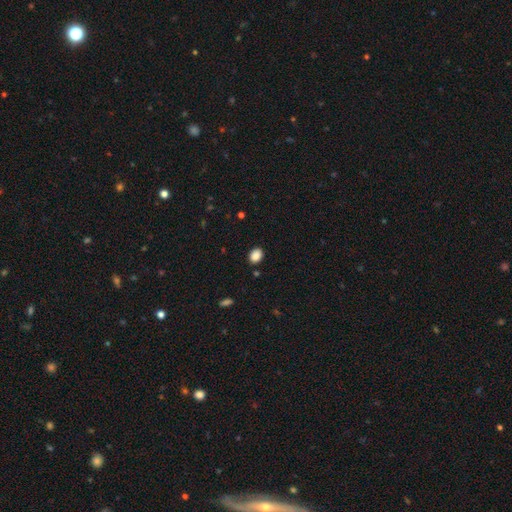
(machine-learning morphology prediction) Smooth or featured? Predicted: smooth (p=0.88). How rounded? Predicted: in between (p=0.65). Merging? Predicted: none (p=0.87).